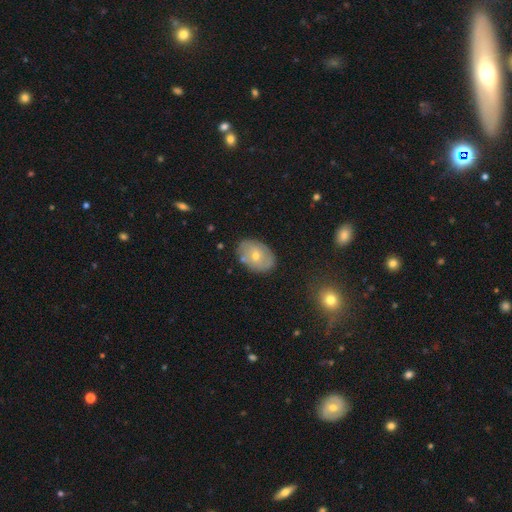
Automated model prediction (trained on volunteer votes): smooth_or_featured: smooth (p=0.46) [alt: featured or disk p=0.44]
merging: none (p=0.80) [alt: minor disturbance p=0.14]